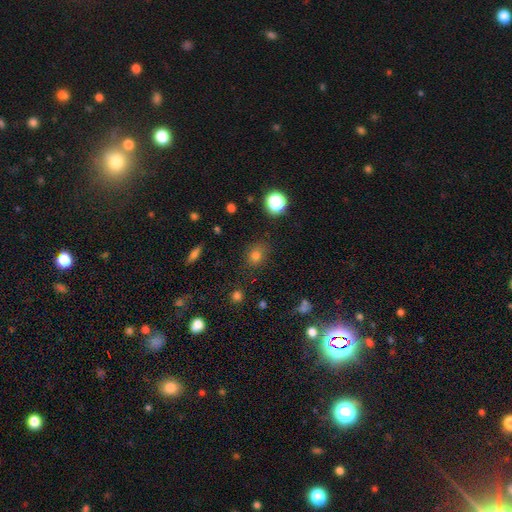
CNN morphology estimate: Overall: smooth (74%). How rounded: round (67%; in between 31%). Merging: none (82%).